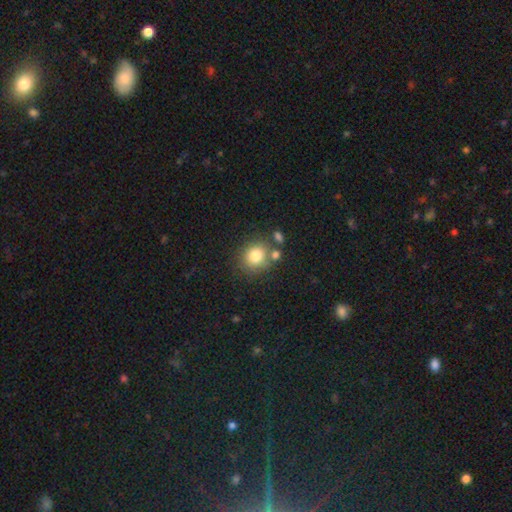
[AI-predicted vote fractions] smooth 80%, star or artifact 11%, featured or disk 9%. Down the decision tree: how rounded — round (76%); merging — none (68%).